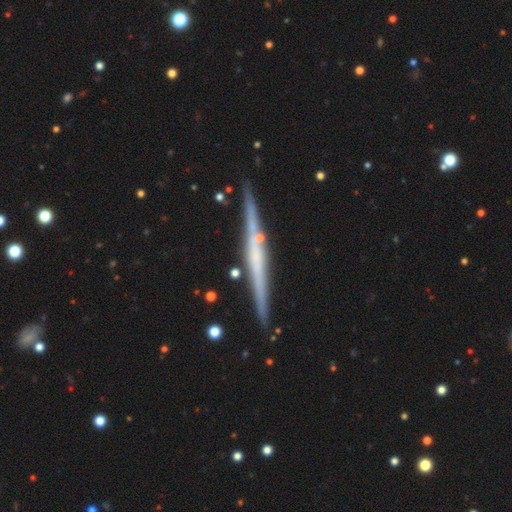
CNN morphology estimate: Overall: featured or disk (75%). Edge-on disk: yes (97%). Edge-on bulge: none (67%). Merging: none (86%).